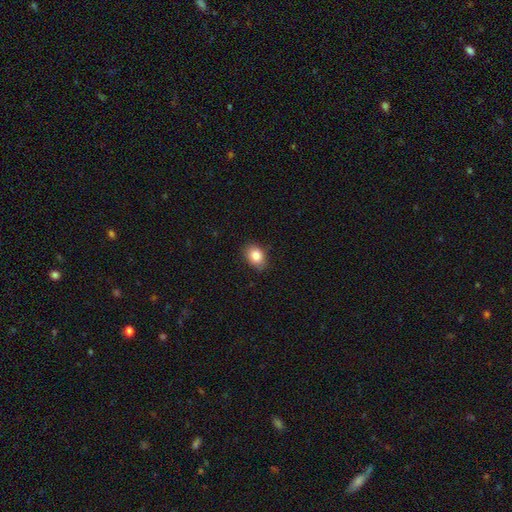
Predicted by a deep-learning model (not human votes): This appears to be a smooth galaxy with no disk features (85%) that is in between round and cigar-shaped (72%). Merging: none (83%).